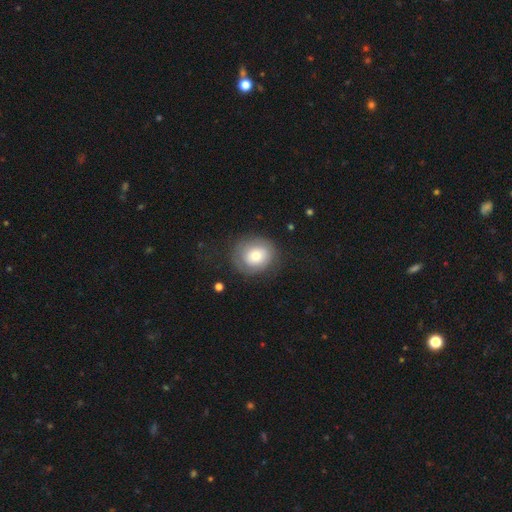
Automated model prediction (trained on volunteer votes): This is possibly a smooth galaxy (59%). How rounded: likely round (75%). Merging: likely none (73%).